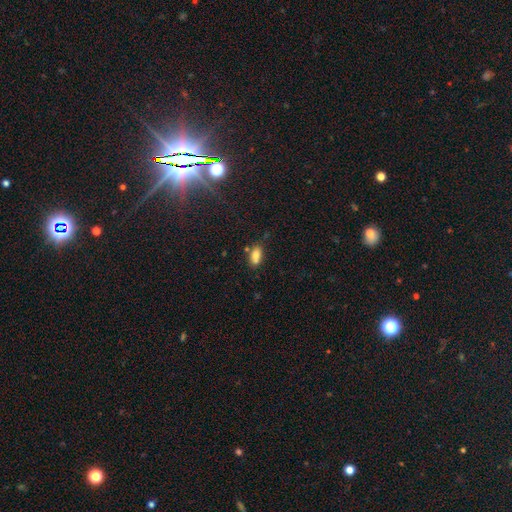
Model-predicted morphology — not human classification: Q: Smooth or featured?
A: smooth (77%); runner-up: star or artifact (11%)
Q: How rounded?
A: in between (85%); runner-up: round (9%)
Q: Merging?
A: none (57%); runner-up: merger (21%)